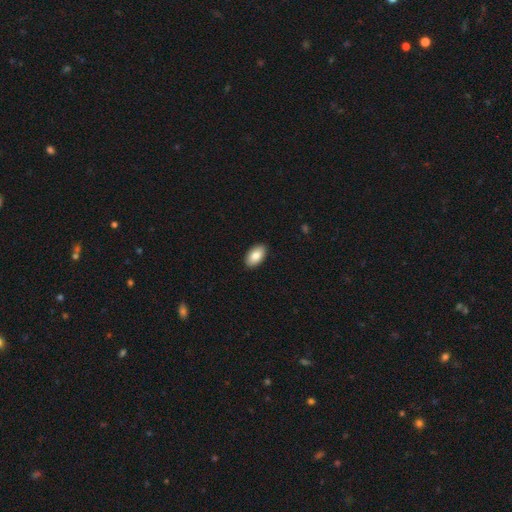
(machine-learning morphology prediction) A smooth galaxy with no disk features (85%) that is in between round and cigar-shaped (94%). Merging: none (90%).